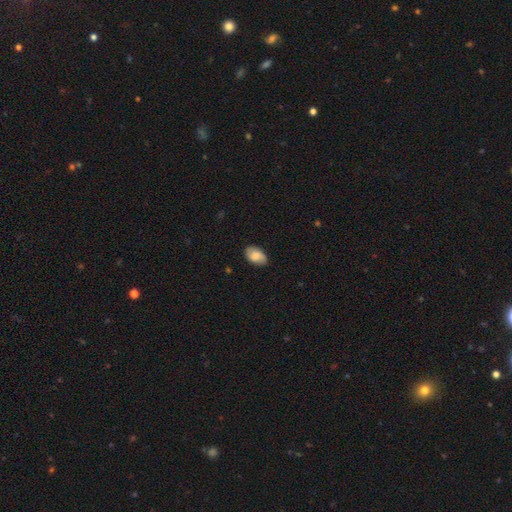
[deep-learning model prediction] The model was most divided on "smooth or featured": smooth: 75%, featured or disk: 18%, star or artifact: 7%. More confident: how rounded — in between (90%); merging — none (80%).